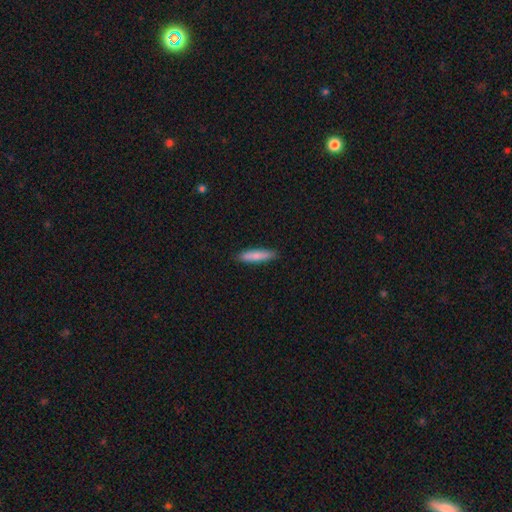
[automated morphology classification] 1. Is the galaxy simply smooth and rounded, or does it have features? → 83% smooth, 11% featured or disk, 6% star or artifact.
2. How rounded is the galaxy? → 82% cigar-shaped, 17% in between, 1% round.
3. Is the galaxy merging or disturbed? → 88% none, 9% minor disturbance, 2% major disturbance, 1% merger.